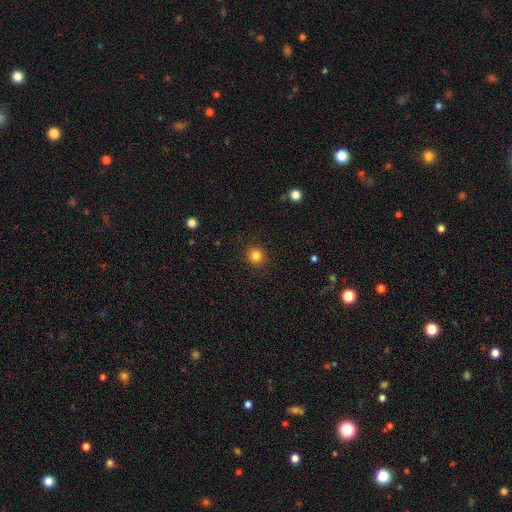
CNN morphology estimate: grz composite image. It shows a smooth galaxy with no disk features (83%) that is round (91%). Merging: none (92%).